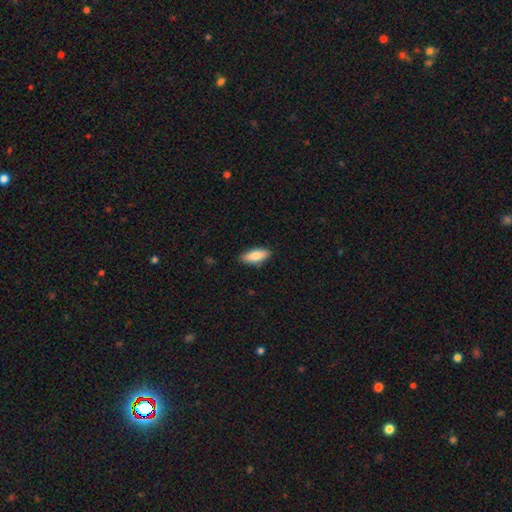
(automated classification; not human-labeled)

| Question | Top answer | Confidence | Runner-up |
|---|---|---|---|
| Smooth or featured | smooth | 82% | featured or disk (12%) |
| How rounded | in between | 75% | cigar-shaped (23%) |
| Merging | none | 86% | minor disturbance (11%) |